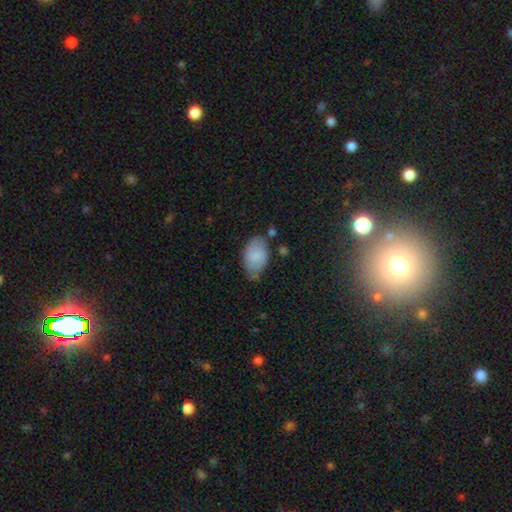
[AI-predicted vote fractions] smooth 81%, featured or disk 12%, star or artifact 7%. Down the decision tree: how rounded — in between (91%); merging — none (52%).